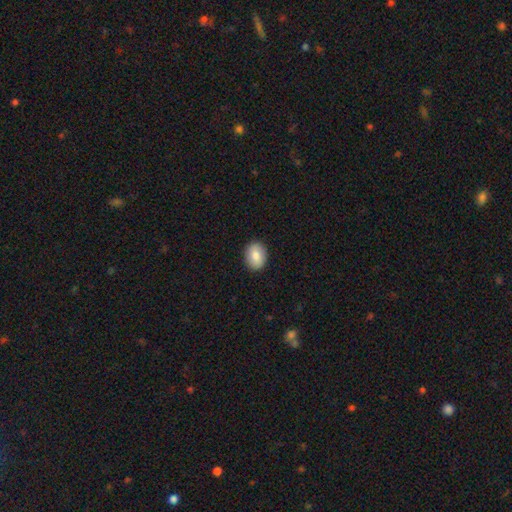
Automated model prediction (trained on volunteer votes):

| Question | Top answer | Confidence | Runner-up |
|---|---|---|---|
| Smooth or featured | smooth | 82% | featured or disk (10%) |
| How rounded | in between | 59% | round (40%) |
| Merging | none | 90% | minor disturbance (8%) |